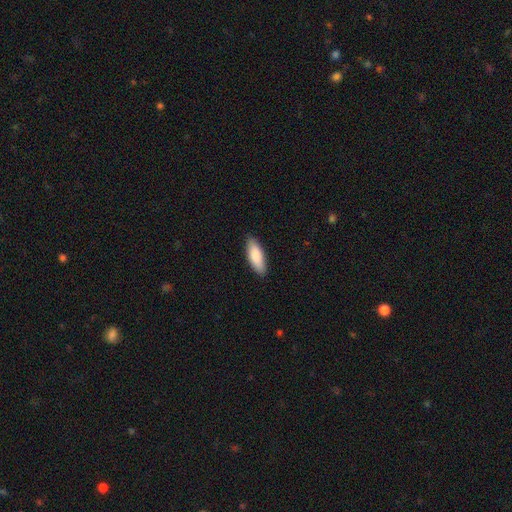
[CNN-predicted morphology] This is clearly a smooth galaxy (85%). How rounded: likely in between (66%). Merging: clearly none (88%).